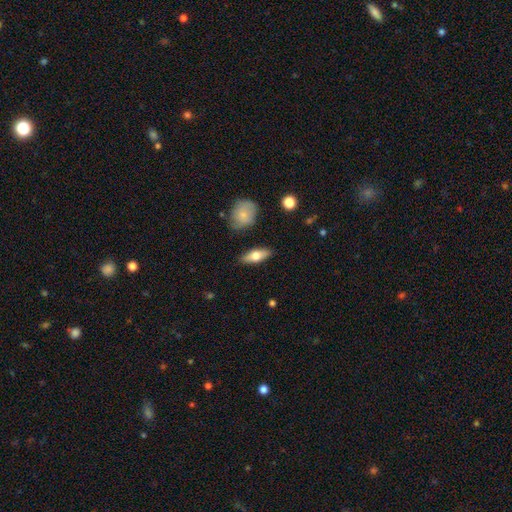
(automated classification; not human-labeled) The model was most divided on "smooth or featured": smooth: 64%, featured or disk: 29%, star or artifact: 6%. More confident: merging — none (85%); how rounded — in between (71%).